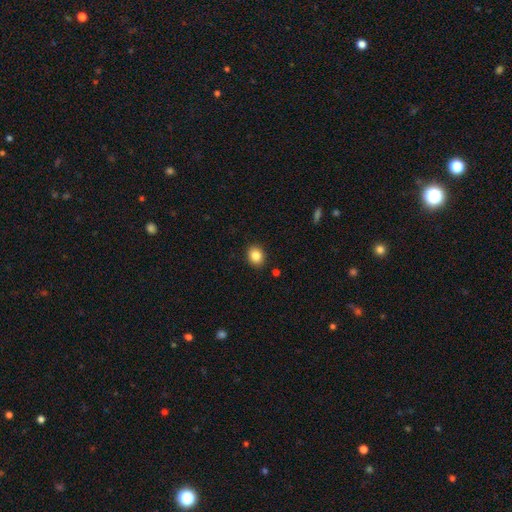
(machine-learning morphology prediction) The model was most divided on "how rounded": round: 56%, in between: 43%, cigar-shaped: 1%. More confident: merging — none (90%); smooth or featured — smooth (85%).